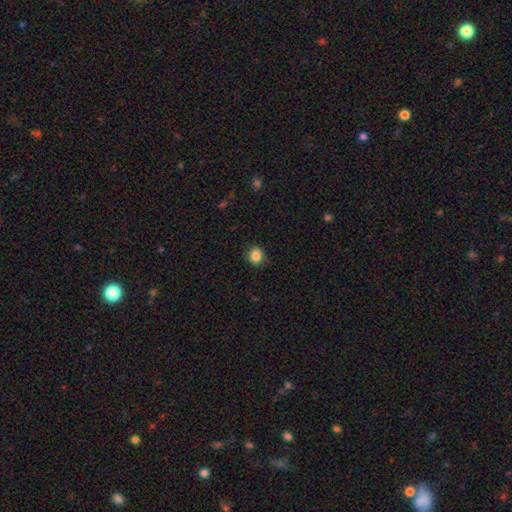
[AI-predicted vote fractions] smooth-or-featured: smooth: 86% | star or artifact: 10% | featured or disk: 4%
  how-rounded: round: 72% | in between: 27% | cigar-shaped: 1%
  merging: none: 83% | minor disturbance: 13% | major disturbance: 3% | merger: 1%